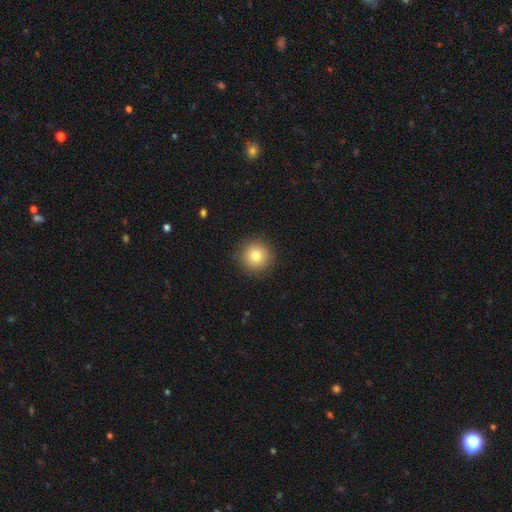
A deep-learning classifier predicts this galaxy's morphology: Smooth or featured? Predicted: smooth (p=0.80). How rounded? Predicted: round (p=0.95). Merging? Predicted: none (p=0.91).